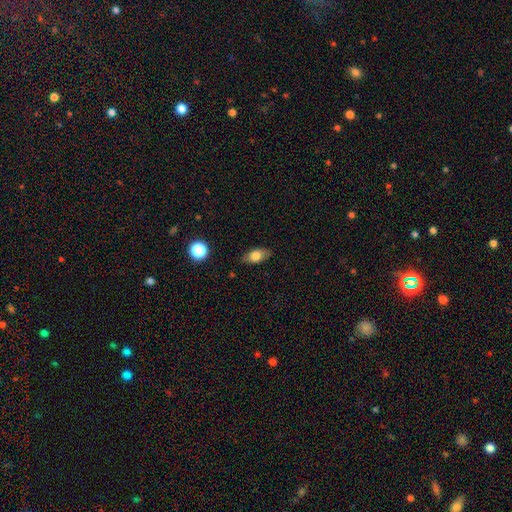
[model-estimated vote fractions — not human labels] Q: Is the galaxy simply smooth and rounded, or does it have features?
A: smooth — 76%.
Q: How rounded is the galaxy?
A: in between — 86%.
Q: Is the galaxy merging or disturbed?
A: none — 82%.